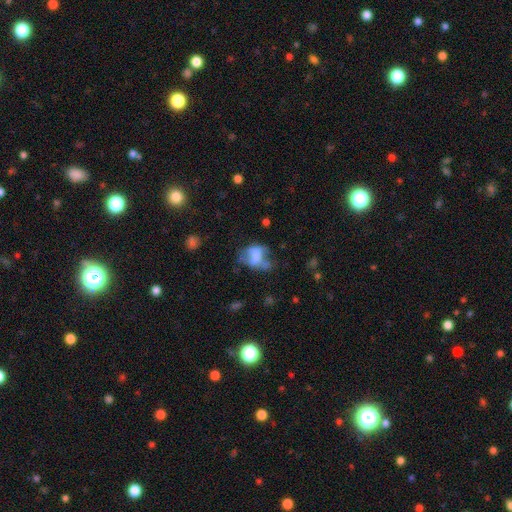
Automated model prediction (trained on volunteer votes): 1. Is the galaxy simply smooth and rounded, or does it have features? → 48% smooth, 40% featured or disk, 12% star or artifact.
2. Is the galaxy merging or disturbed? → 33% major disturbance, 32% none, 24% minor disturbance, 12% merger.